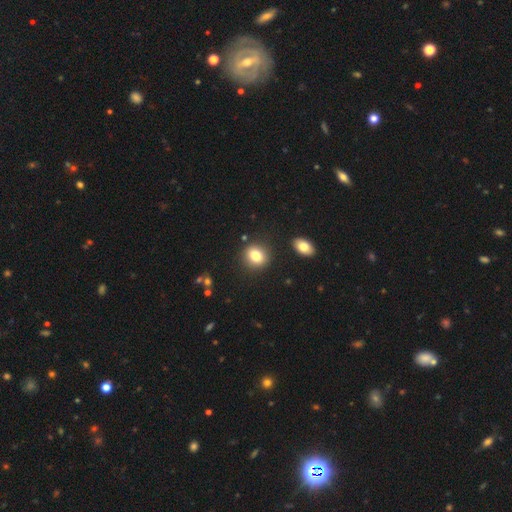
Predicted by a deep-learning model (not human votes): Q: Smooth or featured?
A: smooth (81%); runner-up: star or artifact (10%)
Q: How rounded?
A: round (66%); runner-up: in between (33%)
Q: Merging?
A: none (86%); runner-up: minor disturbance (8%)